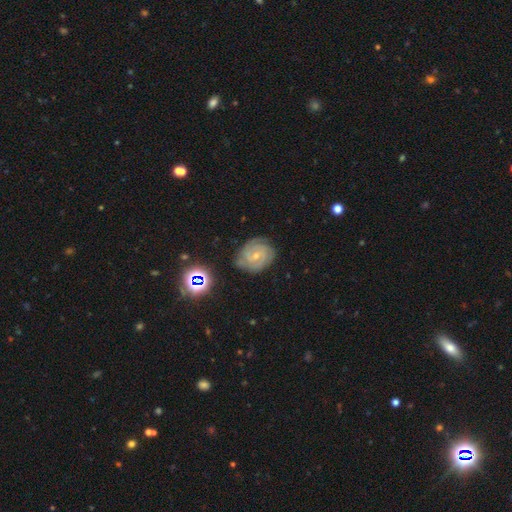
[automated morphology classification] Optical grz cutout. It shows a featured or disk galaxy (77%) with no bar (54%), 2 (30%) tight (68%) spiral arms (94%) and a small central bulge (68%). Merging: none (72%).